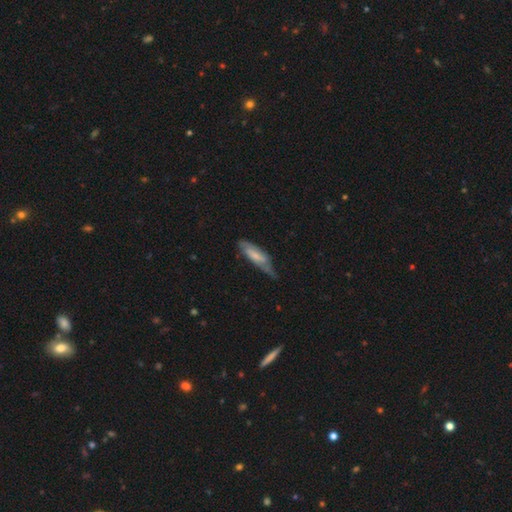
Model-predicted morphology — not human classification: A smooth galaxy with no disk features (55%) that is cigar-shaped (54%). Merging: none (44%).